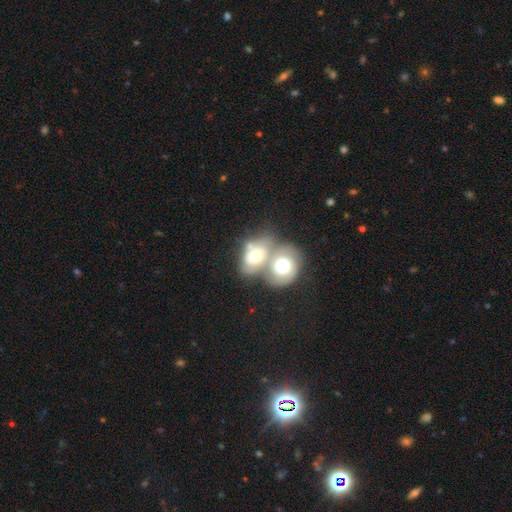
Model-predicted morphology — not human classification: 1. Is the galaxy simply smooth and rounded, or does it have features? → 53% smooth, 39% featured or disk, 8% star or artifact.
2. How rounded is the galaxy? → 67% in between, 31% round, 2% cigar-shaped.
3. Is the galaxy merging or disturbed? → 70% merger, 15% none, 8% minor disturbance, 7% major disturbance.